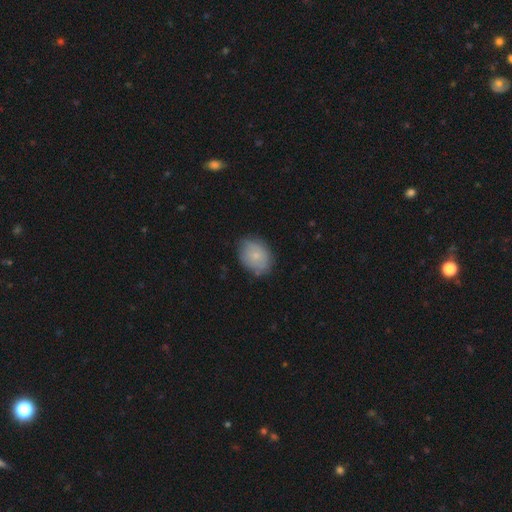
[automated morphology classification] smooth-or-featured: smooth: 73% | featured or disk: 19% | star or artifact: 7%
  how-rounded: in between: 63% | round: 36% | cigar-shaped: 1%
  merging: none: 73% | minor disturbance: 21% | major disturbance: 4% | merger: 2%